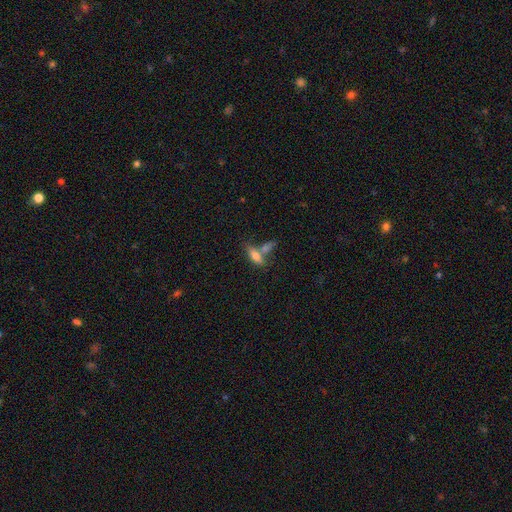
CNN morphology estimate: type=smooth (69%); roundness=in between (66%); merging=none (45%).